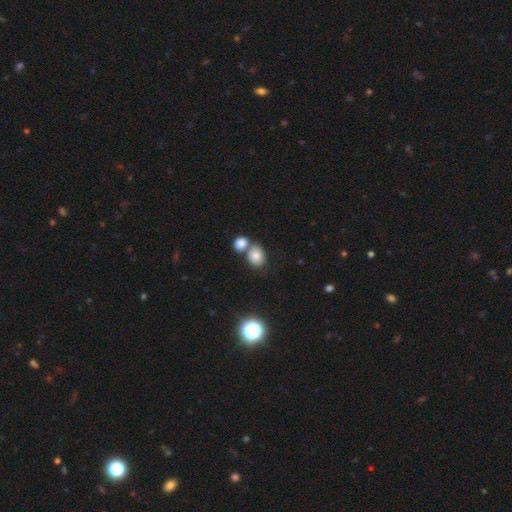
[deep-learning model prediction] smooth 80%, star or artifact 11%, featured or disk 9%. Down the decision tree: how rounded — round (55%); merging — none (45%).